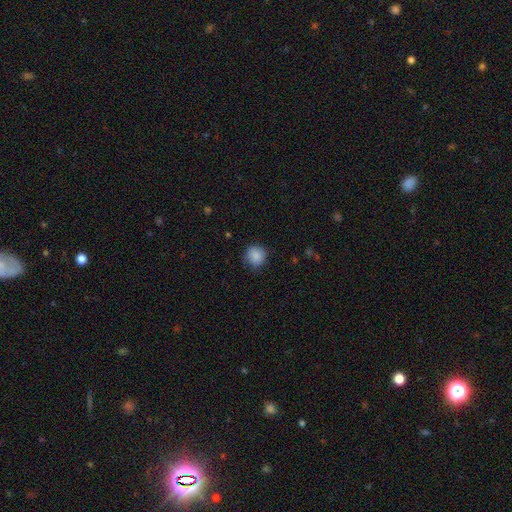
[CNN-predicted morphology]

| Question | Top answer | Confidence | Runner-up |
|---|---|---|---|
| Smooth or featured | smooth | 88% | star or artifact (9%) |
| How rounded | round | 91% | in between (8%) |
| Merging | none | 84% | minor disturbance (12%) |